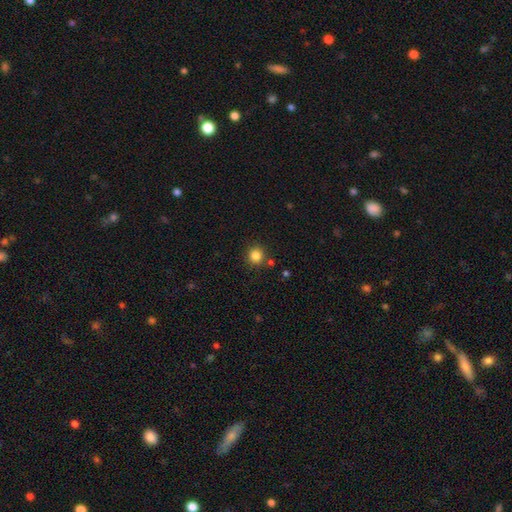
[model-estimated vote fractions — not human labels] Q: Smooth or featured?
A: smooth (84%); runner-up: star or artifact (12%)
Q: How rounded?
A: round (93%); runner-up: in between (6%)
Q: Merging?
A: none (85%); runner-up: minor disturbance (7%)